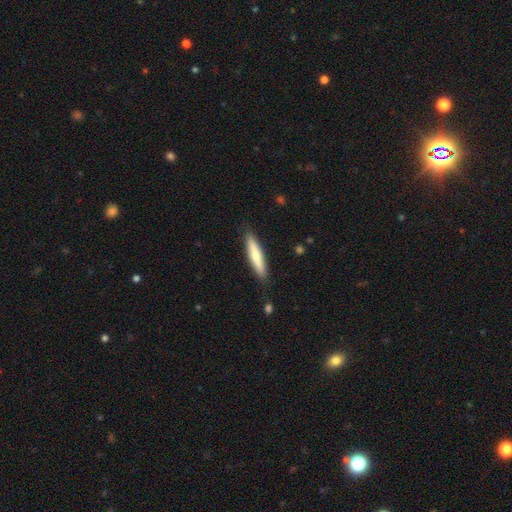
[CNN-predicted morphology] A smooth galaxy with no disk features (70%) that is cigar-shaped (88%).

Vote fractions:
- Smooth or featured? smooth: 70% / featured or disk: 25% / star or artifact: 5%
- How rounded? cigar-shaped: 88% / in between: 11% / round: 1%
- Merging? none: 87% / minor disturbance: 9% / major disturbance: 2% / merger: 1%